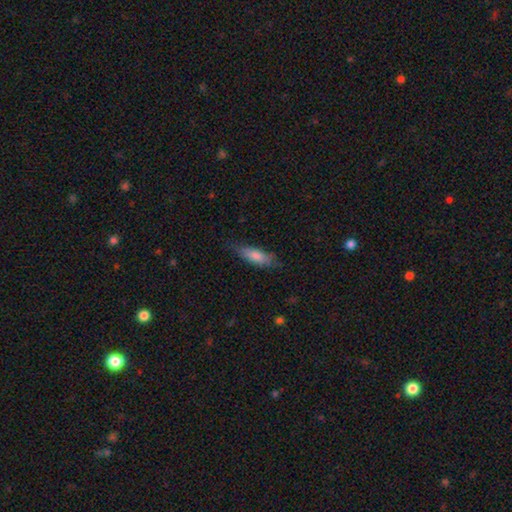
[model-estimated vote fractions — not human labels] The model was most divided on "how rounded": in between: 51%, cigar-shaped: 47%, round: 2%. More confident: smooth or featured — smooth (75%); merging — none (72%).